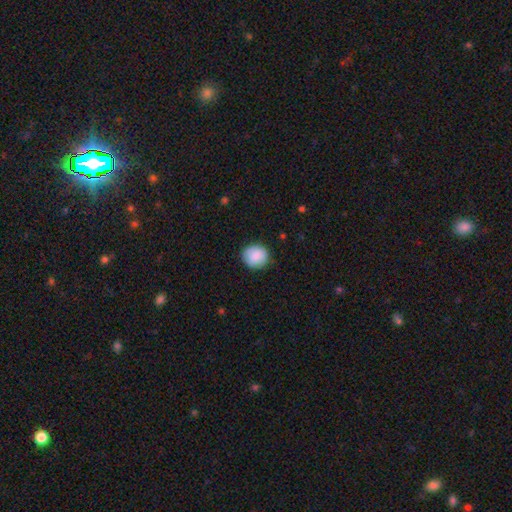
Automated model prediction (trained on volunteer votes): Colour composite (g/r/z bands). It shows a smooth galaxy with no disk features (88%) that is round (87%). Merging: none (85%).